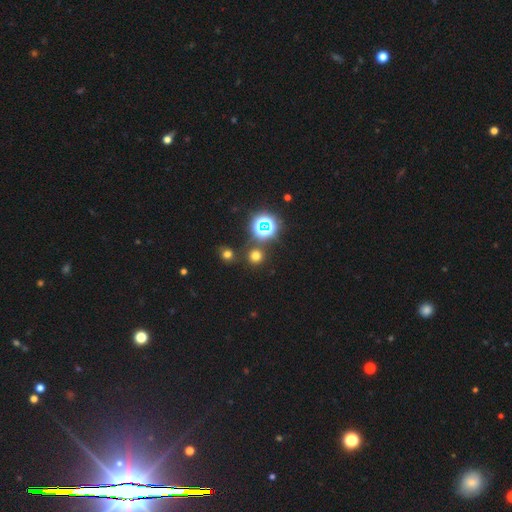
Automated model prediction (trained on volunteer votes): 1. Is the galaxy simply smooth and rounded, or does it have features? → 62% smooth, 32% star or artifact, 6% featured or disk.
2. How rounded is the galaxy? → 92% round, 7% in between, 1% cigar-shaped.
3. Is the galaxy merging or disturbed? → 83% none, 7% merger, 6% minor disturbance, 3% major disturbance.